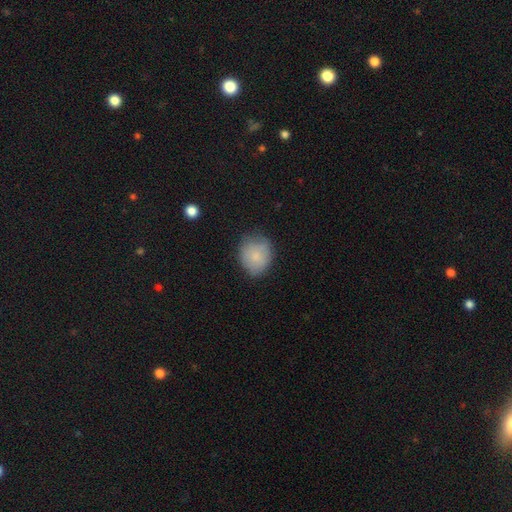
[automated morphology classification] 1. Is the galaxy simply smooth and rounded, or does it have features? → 79% smooth, 13% featured or disk, 7% star or artifact.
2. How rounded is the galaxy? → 64% round, 35% in between, 1% cigar-shaped.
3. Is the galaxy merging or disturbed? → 65% none, 27% minor disturbance, 6% major disturbance, 2% merger.